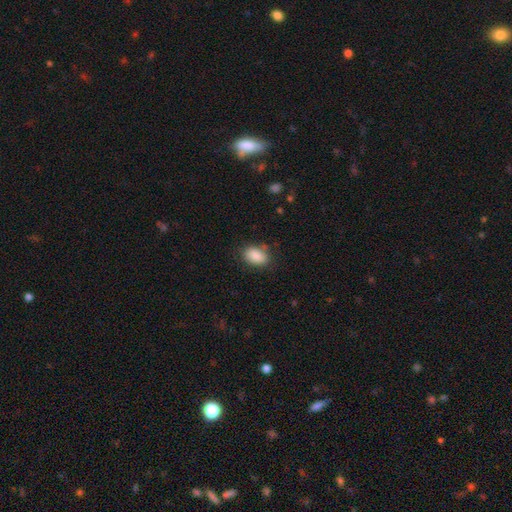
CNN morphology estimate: Smooth or featured: smooth — 88% (star or artifact — 7%)
How rounded: in between — 87% (round — 11%)
Merging: none — 80% (minor disturbance — 14%)